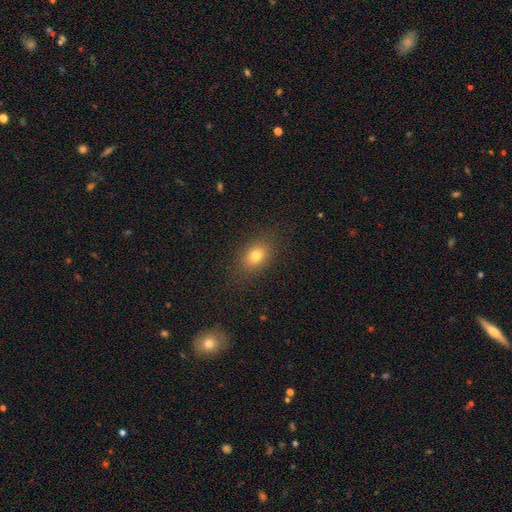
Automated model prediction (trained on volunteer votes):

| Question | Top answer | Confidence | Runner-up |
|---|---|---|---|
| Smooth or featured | smooth | 77% | star or artifact (12%) |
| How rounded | in between | 68% | round (30%) |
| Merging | none | 85% | minor disturbance (10%) |